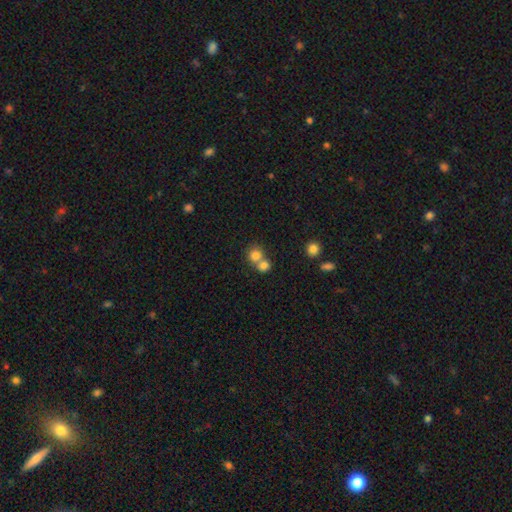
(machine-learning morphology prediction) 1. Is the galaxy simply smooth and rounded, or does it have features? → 80% smooth, 11% star or artifact, 9% featured or disk.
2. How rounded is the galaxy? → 83% round, 16% in between, 1% cigar-shaped.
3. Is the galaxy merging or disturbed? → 55% merger, 37% none, 5% minor disturbance, 2% major disturbance.